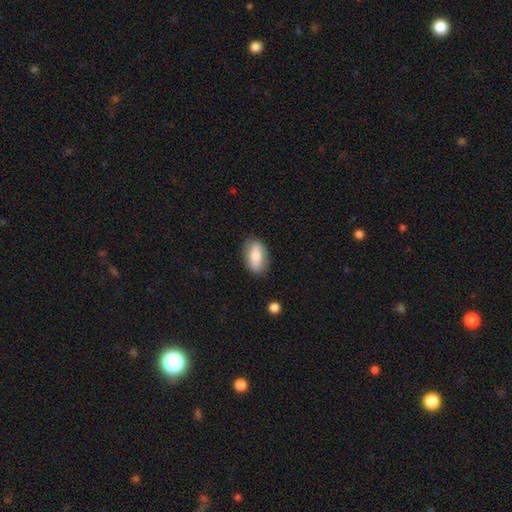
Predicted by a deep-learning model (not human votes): smooth 63%, featured or disk 30%, star or artifact 7%. Down the decision tree: how rounded — in between (85%); merging — none (83%).